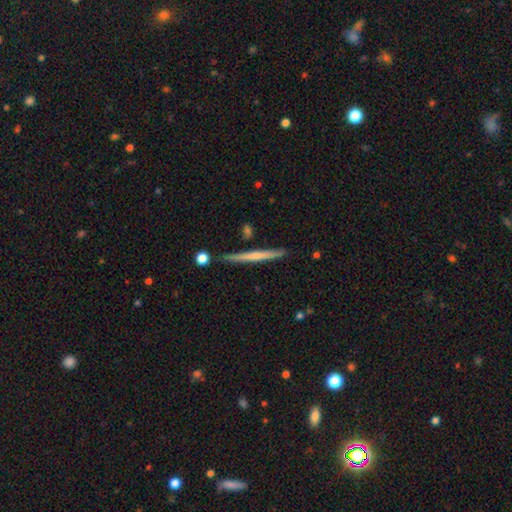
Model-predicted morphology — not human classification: Overall: featured or disk (56%; smooth 39%). Edge-on disk: yes (97%). Edge-on bulge: none (62%; rounded 32%). Merging: none (87%).